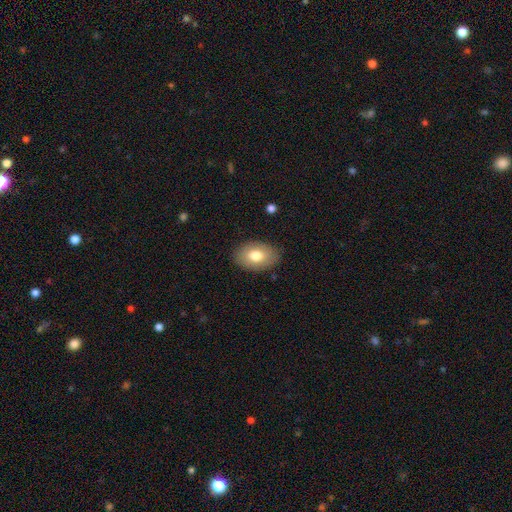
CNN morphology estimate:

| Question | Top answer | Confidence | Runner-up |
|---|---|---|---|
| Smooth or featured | smooth | 77% | featured or disk (15%) |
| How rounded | in between | 85% | round (14%) |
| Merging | none | 86% | minor disturbance (10%) |